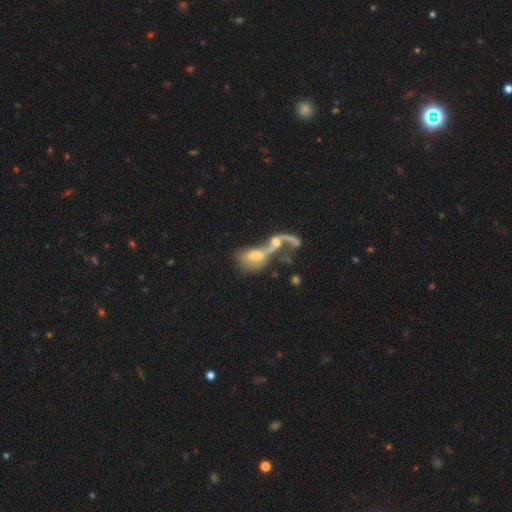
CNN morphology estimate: Smooth or featured?
  - featured or disk: 52% *
  - smooth: 38%
  - star or artifact: 10%
Edge-on disk?
  - no: 92% *
  - yes: 8%
Merging?
  - merger: 73% *
  - major disturbance: 14%
  - none: 8%
  - minor disturbance: 5%